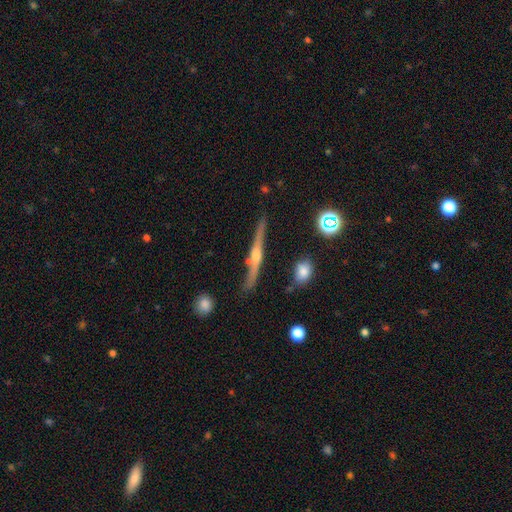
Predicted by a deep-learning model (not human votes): This is likely a featured or disk galaxy (79%). It is clearly viewed edge-on (96%). Edge-on bulge: clearly rounded (86%). Merging: likely none (77%).